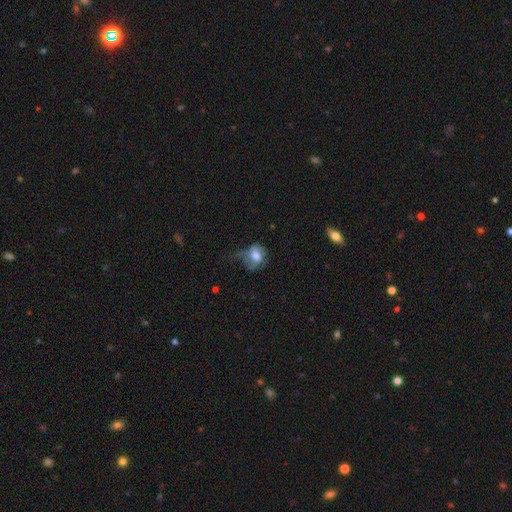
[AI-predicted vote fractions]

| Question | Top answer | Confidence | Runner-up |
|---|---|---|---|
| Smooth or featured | smooth | 60% | featured or disk (31%) |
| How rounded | round | 61% | in between (38%) |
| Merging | major disturbance | 34% | tied: none (34%) |